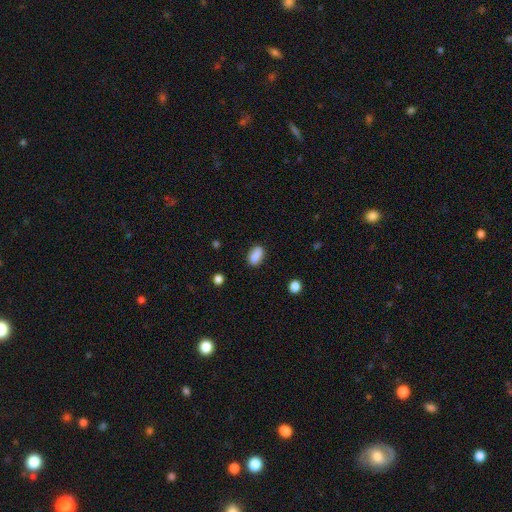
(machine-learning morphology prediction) Q: Smooth or featured?
A: smooth (85%); runner-up: star or artifact (9%)
Q: How rounded?
A: in between (87%); runner-up: round (9%)
Q: Merging?
A: none (76%); runner-up: minor disturbance (16%)